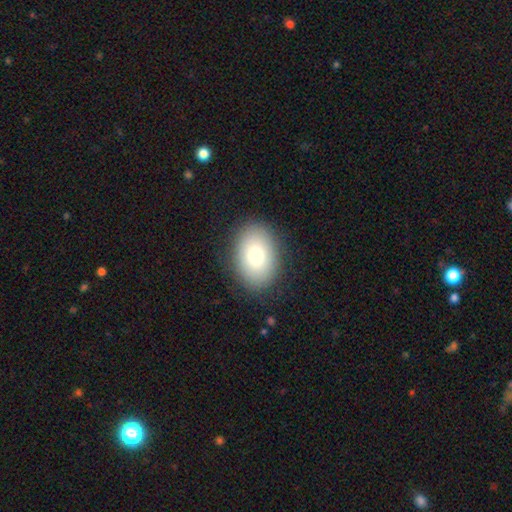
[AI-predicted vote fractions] Smooth or featured: smooth — 78% (featured or disk — 13%)
How rounded: in between — 78% (round — 21%)
Merging: none — 87% (minor disturbance — 9%)